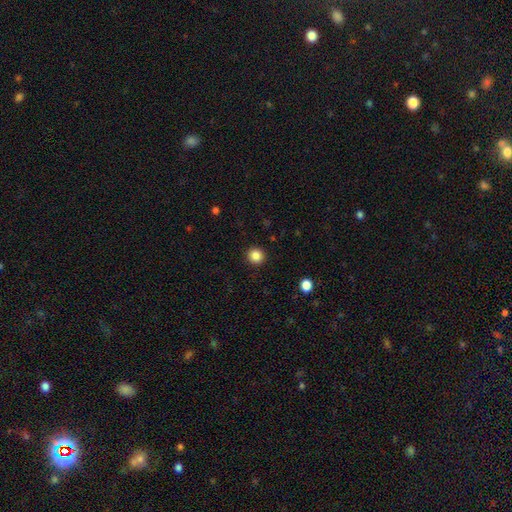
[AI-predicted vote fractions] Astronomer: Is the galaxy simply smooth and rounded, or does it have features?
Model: smooth — 86%.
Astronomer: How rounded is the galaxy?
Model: round — 94%.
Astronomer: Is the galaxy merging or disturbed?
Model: none — 92%.